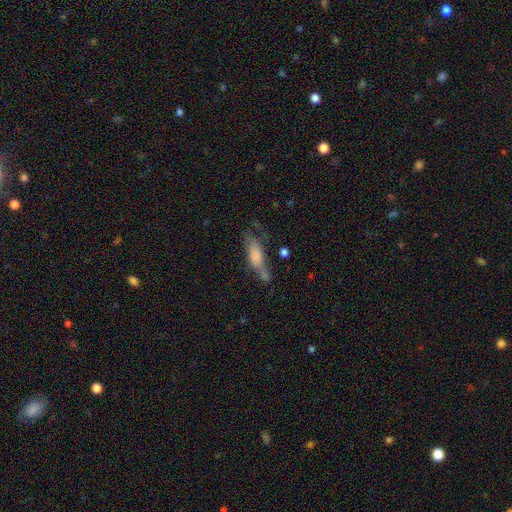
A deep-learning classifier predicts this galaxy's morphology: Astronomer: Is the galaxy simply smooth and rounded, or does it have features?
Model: smooth — 66%.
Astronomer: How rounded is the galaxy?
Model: cigar-shaped — 49% (runner-up: in between, 48%).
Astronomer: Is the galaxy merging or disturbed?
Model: none — 41% (runner-up: minor disturbance, 27%).